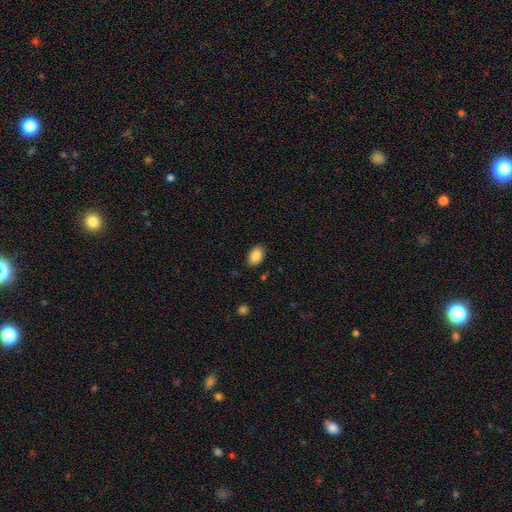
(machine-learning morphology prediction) smooth-or-featured: smooth: 87% | star or artifact: 7% | featured or disk: 5%
  how-rounded: in between: 89% | round: 10% | cigar-shaped: 1%
  merging: none: 87% | minor disturbance: 9% | major disturbance: 2% | merger: 1%